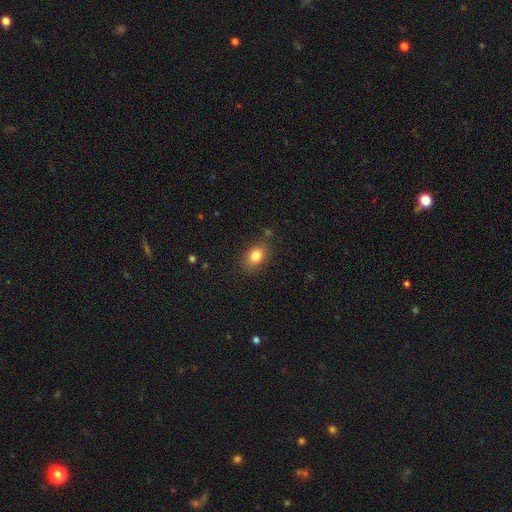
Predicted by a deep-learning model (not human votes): Smooth or featured: smooth — 83% (star or artifact — 9%)
How rounded: in between — 76% (round — 22%)
Merging: none — 81% (minor disturbance — 13%)